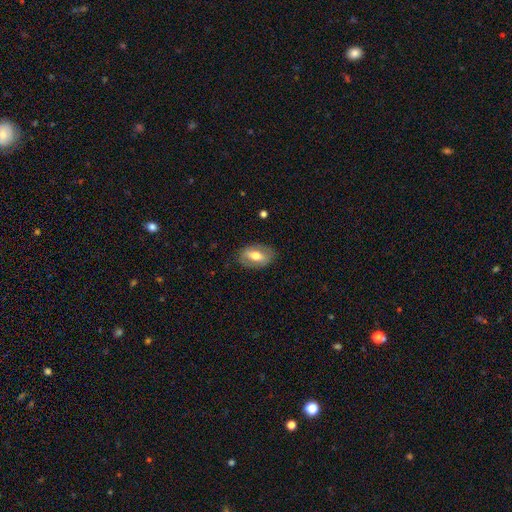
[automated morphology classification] The model was most divided on "smooth or featured": smooth: 53%, featured or disk: 40%, star or artifact: 7%. More confident: how rounded — in between (88%); merging — none (79%).